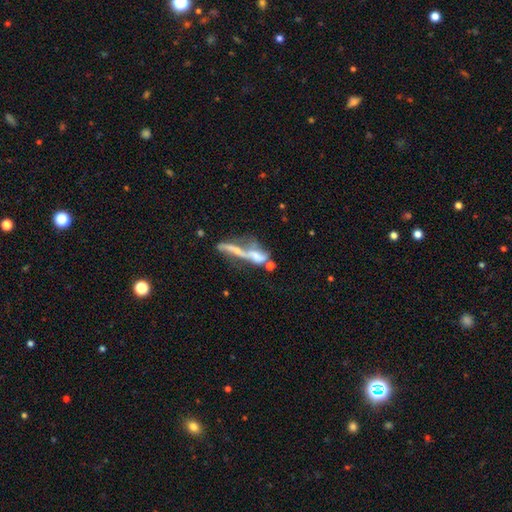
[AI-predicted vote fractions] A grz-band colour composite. It shows a featured or disk galaxy (49%). Merging: merger (60%).